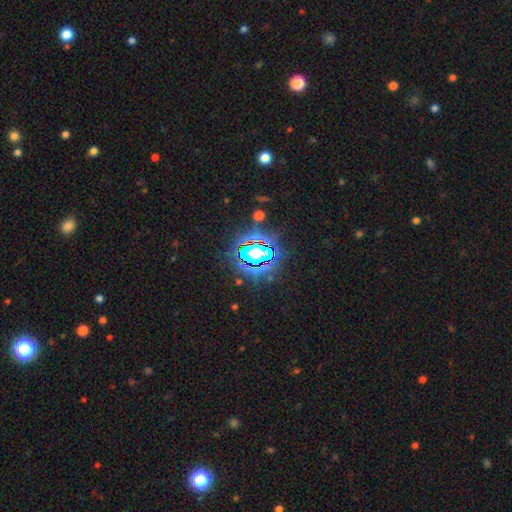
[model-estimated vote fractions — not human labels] A star or artifact, not a galaxy (80%).

Vote fractions:
- Smooth or featured? star or artifact: 80% / smooth: 12% / featured or disk: 8%